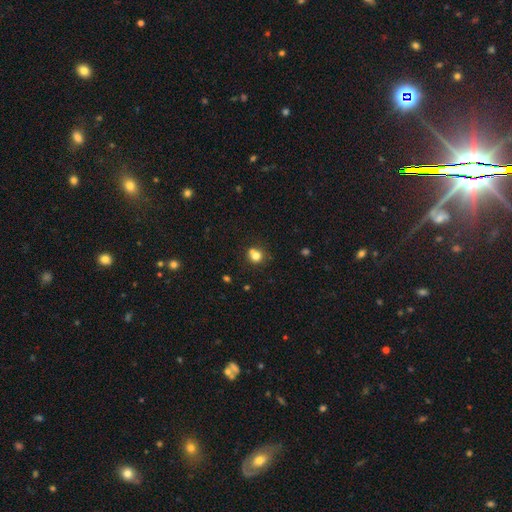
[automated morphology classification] The model was most divided on "merging": none: 53%, merger: 27%, minor disturbance: 15%, major disturbance: 5%. More confident: how rounded — round (78%); smooth or featured — smooth (77%).